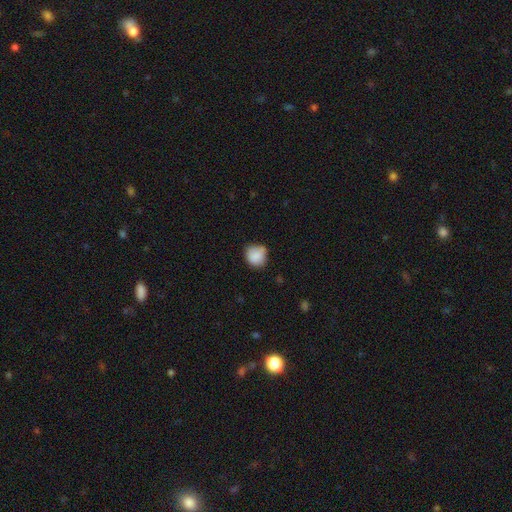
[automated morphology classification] Smooth or featured?
  - smooth: 86% *
  - star or artifact: 8%
  - featured or disk: 6%
How rounded?
  - round: 83% *
  - in between: 16%
  - cigar-shaped: 1%
Merging?
  - none: 64% *
  - minor disturbance: 28%
  - major disturbance: 5%
  - merger: 3%